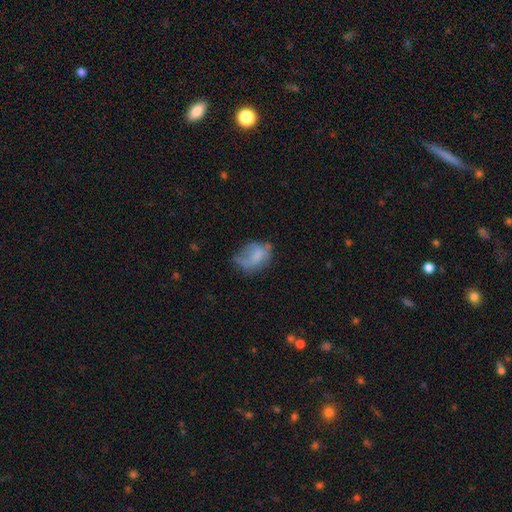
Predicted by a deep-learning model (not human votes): A smooth galaxy with no disk features (62%) that is in between round and cigar-shaped (73%). Merging: none (34%).